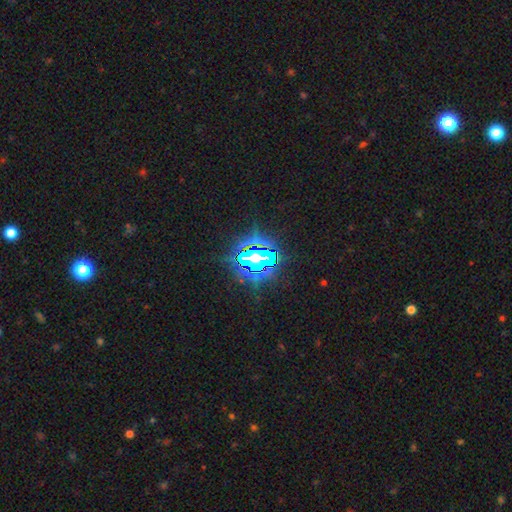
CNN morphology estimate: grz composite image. It shows a star or artifact, not a galaxy (73%).